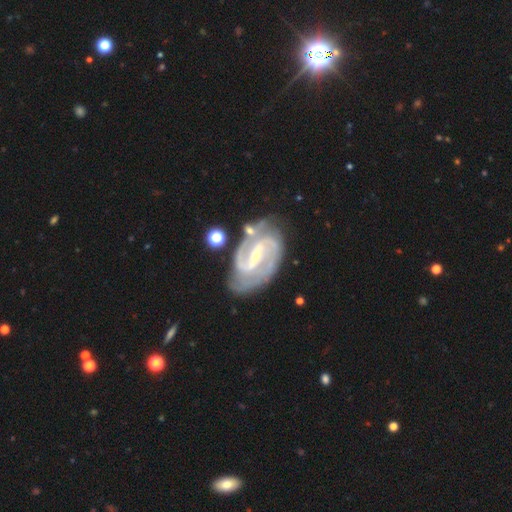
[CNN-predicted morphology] Overall: featured or disk (92%). Edge-on disk: no (97%). Bar: strong (53%; weak 34%). Spiral arms: yes (98%). Spiral arm count: 2 (85%). Spiral winding: medium (52%; tight 35%). Bulge size: small (74%). Merging: none (70%).